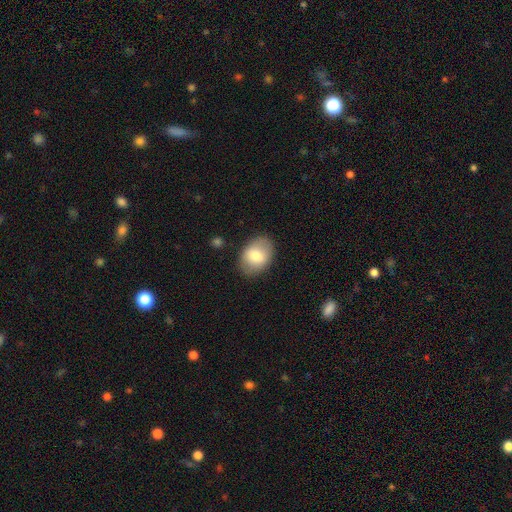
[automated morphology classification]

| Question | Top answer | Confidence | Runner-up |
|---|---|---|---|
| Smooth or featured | smooth | 75% | featured or disk (18%) |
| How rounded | in between | 77% | round (22%) |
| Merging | none | 84% | minor disturbance (11%) |